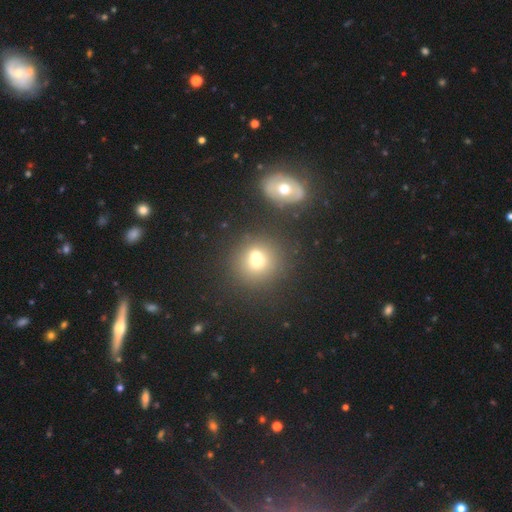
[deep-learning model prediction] smooth 67%, star or artifact 19%, featured or disk 14%. Down the decision tree: how rounded — round (83%); merging — none (79%).